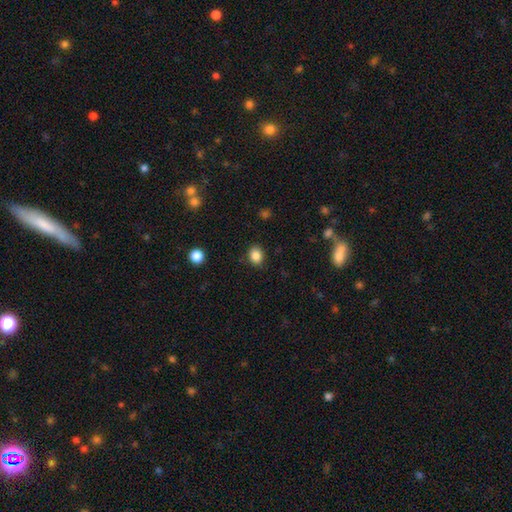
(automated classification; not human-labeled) Smooth or featured: smooth — 86% (star or artifact — 10%)
How rounded: round — 52% (in between — 48%)
Merging: none — 86% (minor disturbance — 10%)